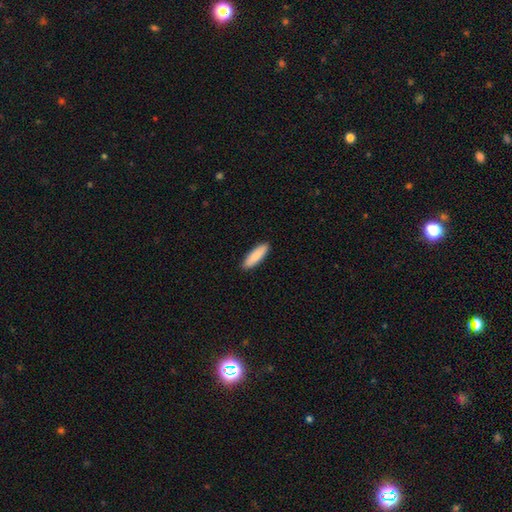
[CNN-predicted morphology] smooth_or_featured: smooth (p=0.88) [alt: featured or disk p=0.07]
how_rounded: cigar-shaped (p=0.53) [alt: in between p=0.45]
merging: none (p=0.91) [alt: minor disturbance p=0.06]